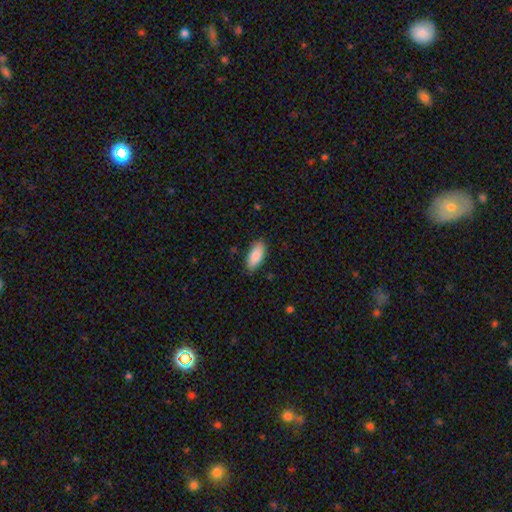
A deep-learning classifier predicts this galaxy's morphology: smooth_or_featured: smooth (p=0.86) [alt: featured or disk p=0.08]
how_rounded: in between (p=0.89) [alt: cigar-shaped p=0.09]
merging: none (p=0.85) [alt: minor disturbance p=0.12]